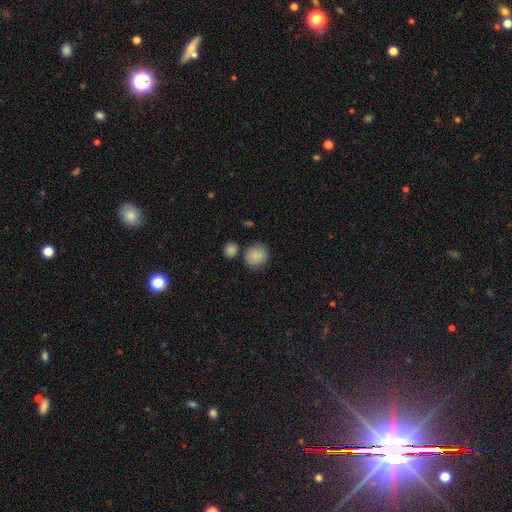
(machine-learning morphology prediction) A smooth galaxy with no disk features (86%) that is round (83%).

Vote fractions:
- Smooth or featured? smooth: 86% / star or artifact: 9% / featured or disk: 6%
- How rounded? round: 83% / in between: 16% / cigar-shaped: 1%
- Merging? none: 75% / minor disturbance: 12% / merger: 10% / major disturbance: 3%